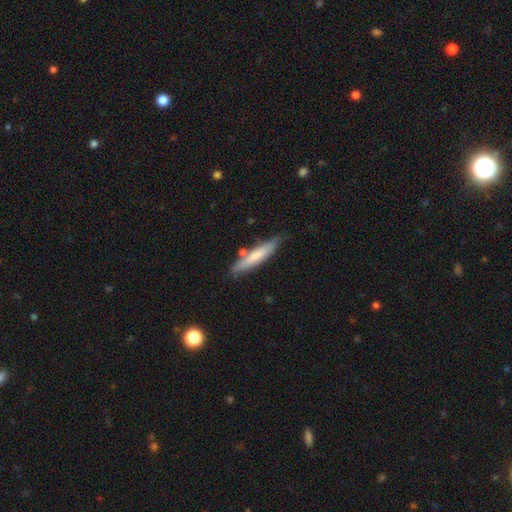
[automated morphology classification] This is likely a smooth galaxy (67%). How rounded: clearly cigar-shaped (87%). Merging: likely none (74%).